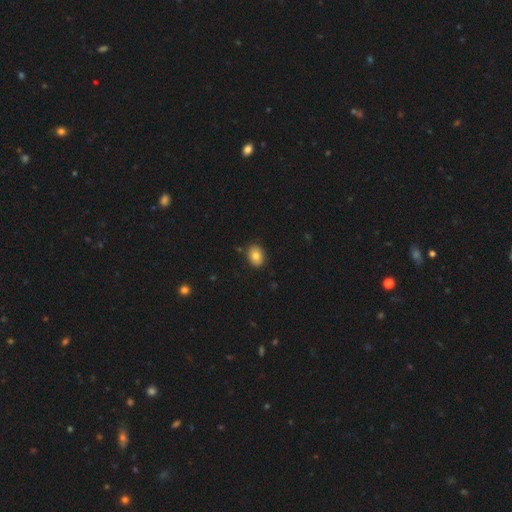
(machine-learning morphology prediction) Smooth or featured?
  - smooth: 82% *
  - featured or disk: 9%
  - star or artifact: 9%
How rounded?
  - in between: 65% *
  - round: 34%
  - cigar-shaped: 1%
Merging?
  - none: 87% *
  - minor disturbance: 9%
  - major disturbance: 2%
  - merger: 2%